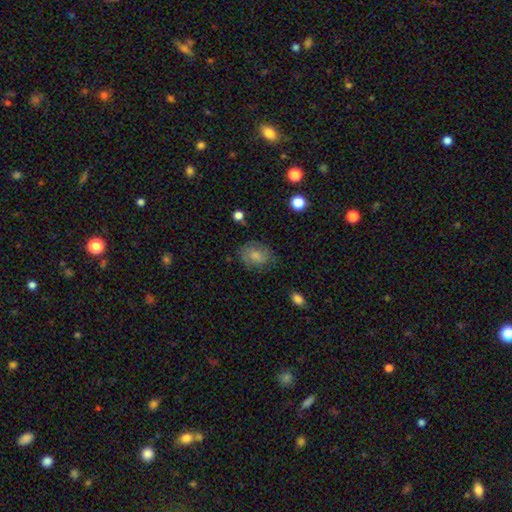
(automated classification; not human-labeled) smooth_or_featured: smooth (p=0.63) [alt: featured or disk p=0.27]
how_rounded: in between (p=0.58) [alt: round p=0.41]
merging: none (p=0.67) [alt: minor disturbance p=0.22]